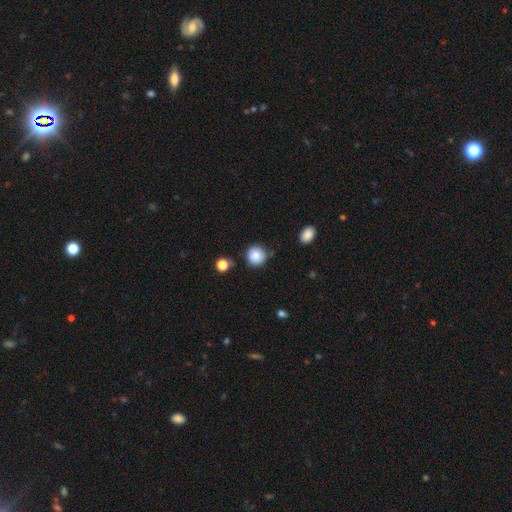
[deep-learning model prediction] The model was most divided on "merging": none: 81%, minor disturbance: 12%, merger: 4%, major disturbance: 3%. More confident: how rounded — round (92%); smooth or featured — smooth (86%).